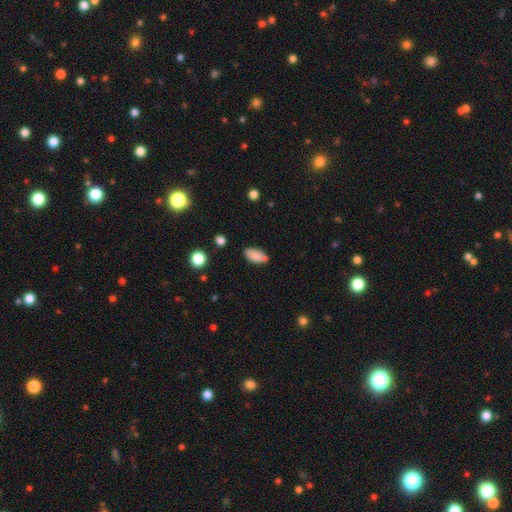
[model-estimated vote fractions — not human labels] The model was most divided on "merging": none: 81%, minor disturbance: 14%, major disturbance: 3%, merger: 2%. More confident: how rounded — in between (91%); smooth or featured — smooth (86%).